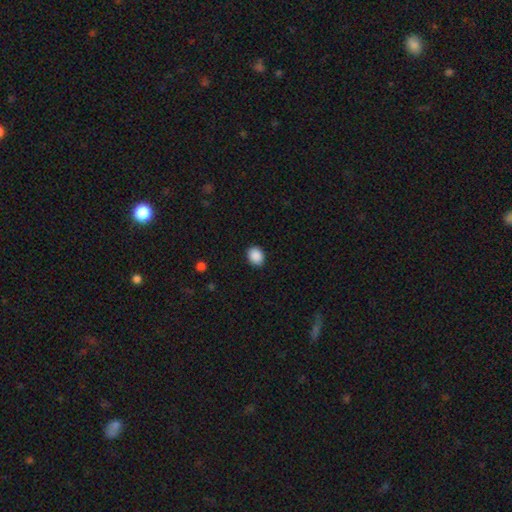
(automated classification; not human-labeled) Smooth or featured?
  - smooth: 90% *
  - star or artifact: 8%
  - featured or disk: 2%
How rounded?
  - round: 52% *
  - in between: 47%
  - cigar-shaped: 1%
Merging?
  - none: 90% *
  - minor disturbance: 7%
  - major disturbance: 2%
  - merger: 1%